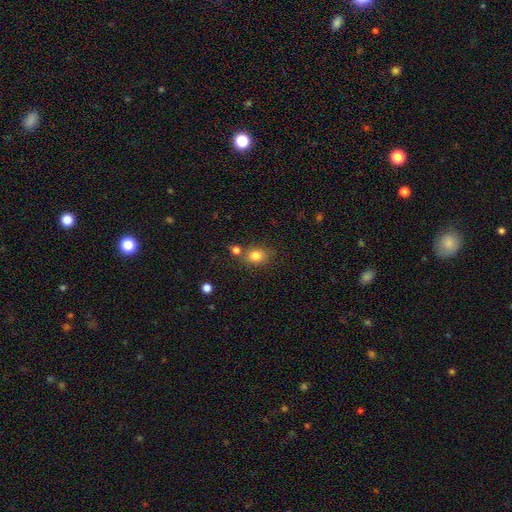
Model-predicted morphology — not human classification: A smooth galaxy with no disk features (81%) that is in between round and cigar-shaped (51%). Merging: none (68%).